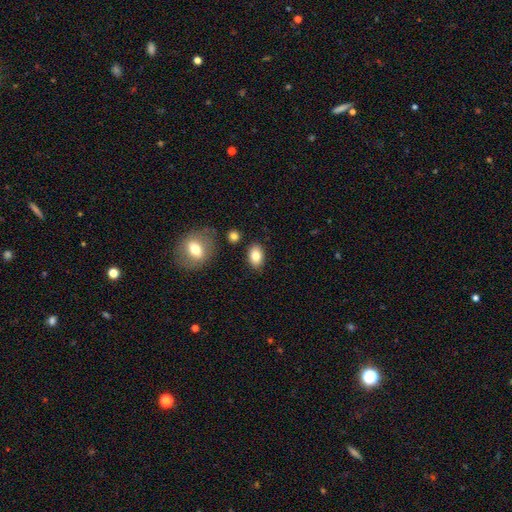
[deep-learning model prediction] This appears to be a smooth galaxy with no disk features (82%) that is in between round and cigar-shaped (85%). Merging: none (83%).